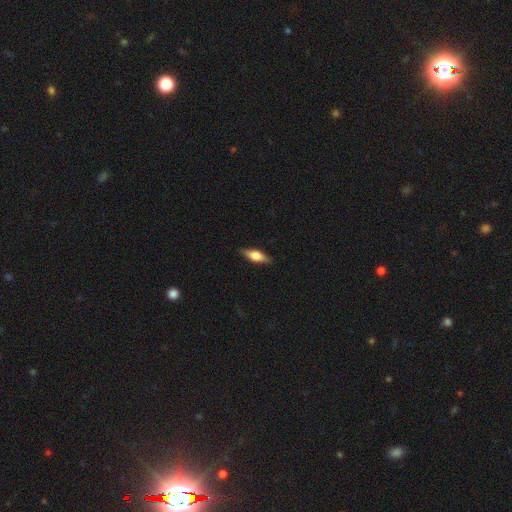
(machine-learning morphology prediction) Smooth or featured? smooth (51%)
How rounded? in between (61%)
Merging? none (86%)